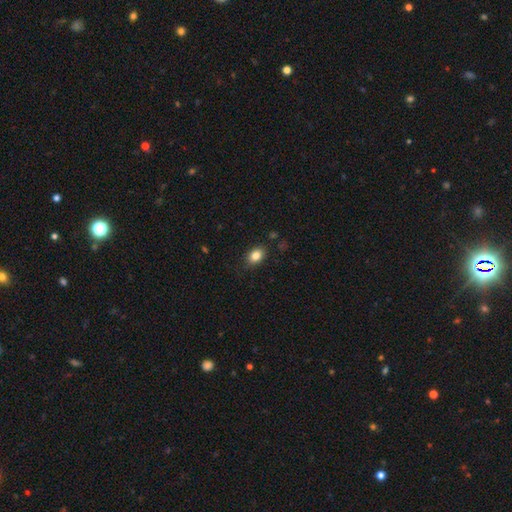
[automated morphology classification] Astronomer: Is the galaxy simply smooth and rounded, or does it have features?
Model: smooth — 83%.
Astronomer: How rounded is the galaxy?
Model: in between — 76%.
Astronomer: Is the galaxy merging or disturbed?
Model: none — 83%.